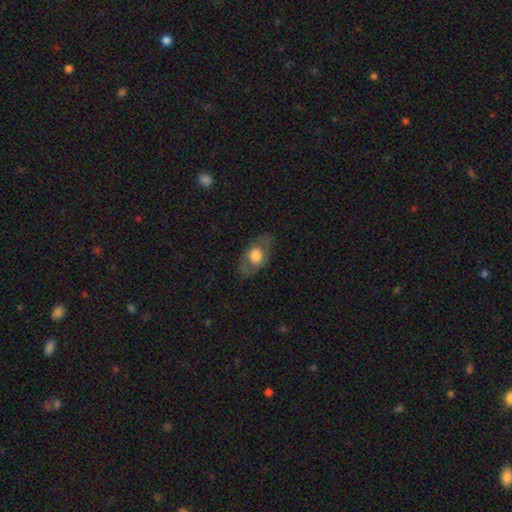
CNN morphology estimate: smooth-or-featured: smooth: 54% | featured or disk: 40% | star or artifact: 6%
  how-rounded: in between: 82% | round: 15% | cigar-shaped: 3%
  merging: none: 78% | minor disturbance: 14% | major disturbance: 6% | merger: 1%